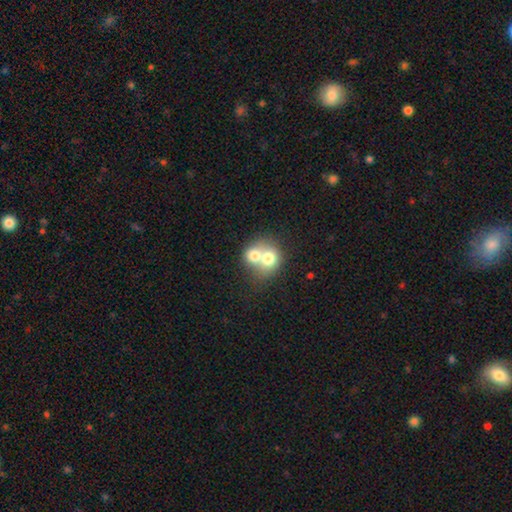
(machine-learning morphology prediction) smooth 68%, featured or disk 23%, star or artifact 9%. Down the decision tree: how rounded — round (68%); merging — merger (72%).